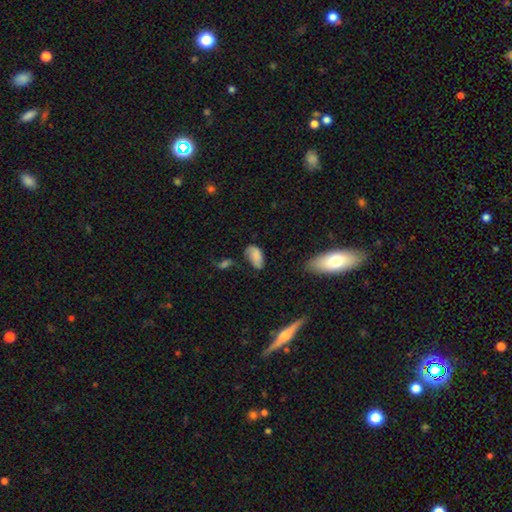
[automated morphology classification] Smooth or featured?
  - smooth: 75% *
  - featured or disk: 15%
  - star or artifact: 10%
How rounded?
  - in between: 93% *
  - round: 4%
  - cigar-shaped: 3%
Merging?
  - none: 49% *
  - minor disturbance: 33%
  - major disturbance: 13%
  - merger: 5%